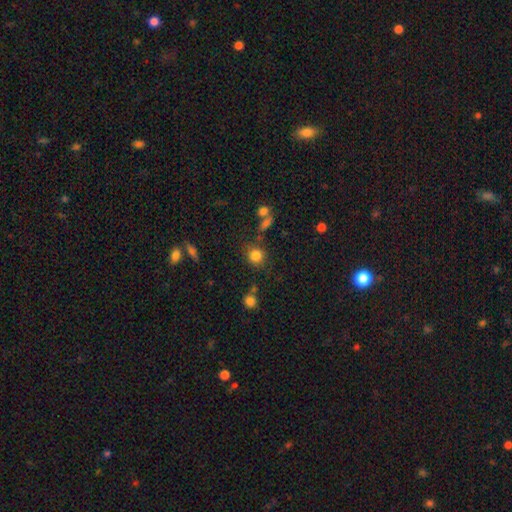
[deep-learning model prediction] A smooth galaxy with no disk features (82%) that is round (88%).

Vote fractions:
- Smooth or featured? smooth: 82% / star or artifact: 12% / featured or disk: 6%
- How rounded? round: 88% / in between: 11% / cigar-shaped: 1%
- Merging? none: 77% / minor disturbance: 11% / merger: 7% / major disturbance: 5%